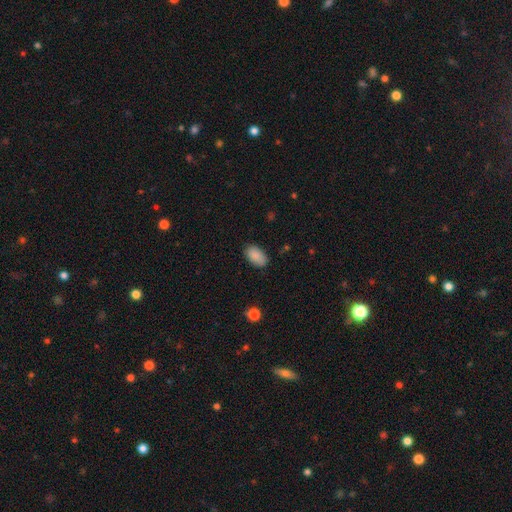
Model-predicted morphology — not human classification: Overall: smooth (89%). How rounded: in between (94%). Merging: none (85%).